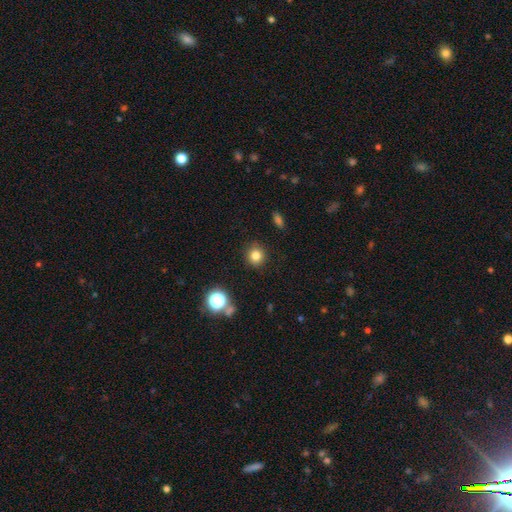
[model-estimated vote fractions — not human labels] The model was most divided on "smooth or featured": smooth: 81%, star or artifact: 13%, featured or disk: 6%. More confident: merging — none (89%); how rounded — round (89%).